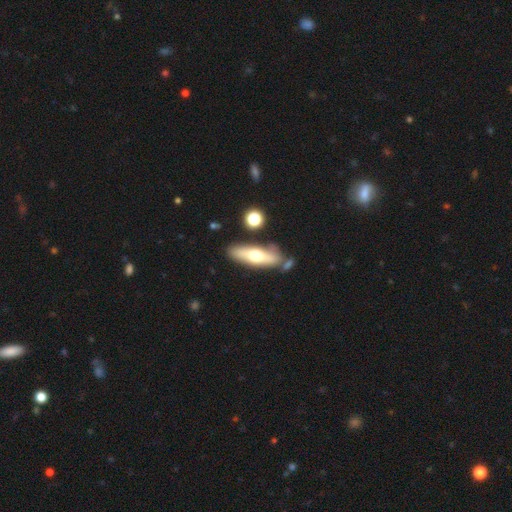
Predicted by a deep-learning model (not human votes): A smooth galaxy with no disk features (54%) that is cigar-shaped (53%). Merging: none (71%).